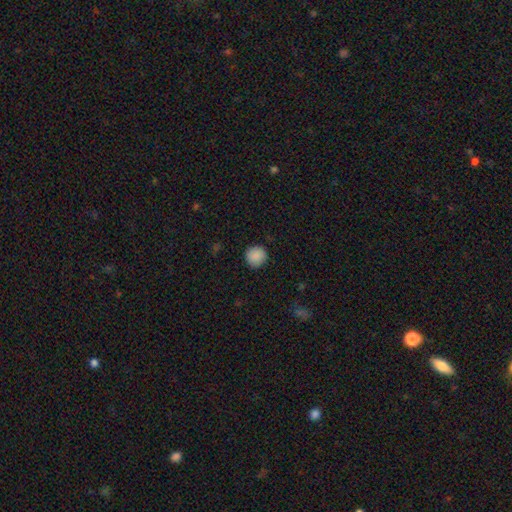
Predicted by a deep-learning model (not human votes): This appears to be a smooth galaxy with no disk features (89%) that is round (93%). Merging: none (89%).